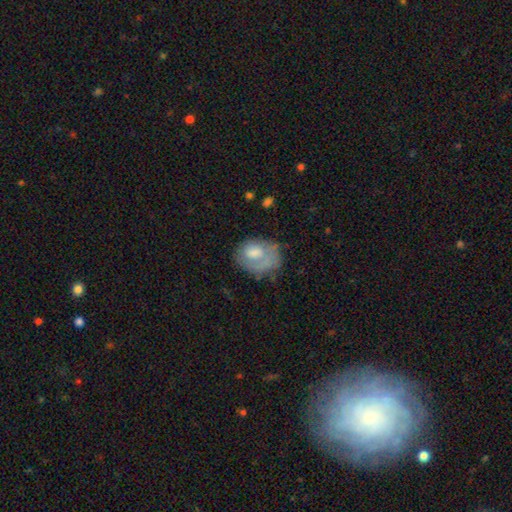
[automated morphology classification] smooth_or_featured: smooth (p=0.54) [alt: featured or disk p=0.38]
how_rounded: in between (p=0.65) [alt: round p=0.34]
merging: none (p=0.47) [alt: minor disturbance p=0.27]